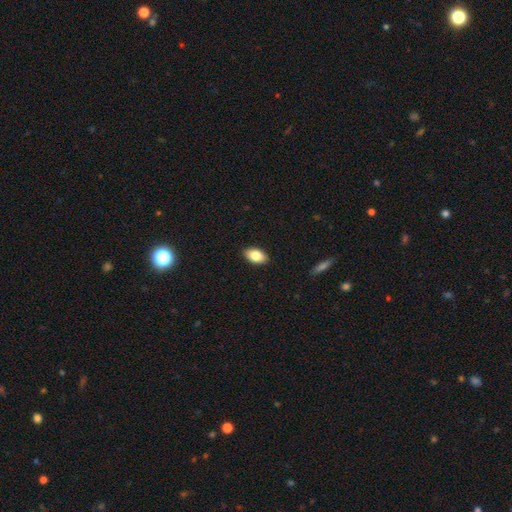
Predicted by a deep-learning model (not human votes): Smooth or featured: smooth — 82% (featured or disk — 10%)
How rounded: in between — 92% (round — 6%)
Merging: none — 89% (minor disturbance — 8%)